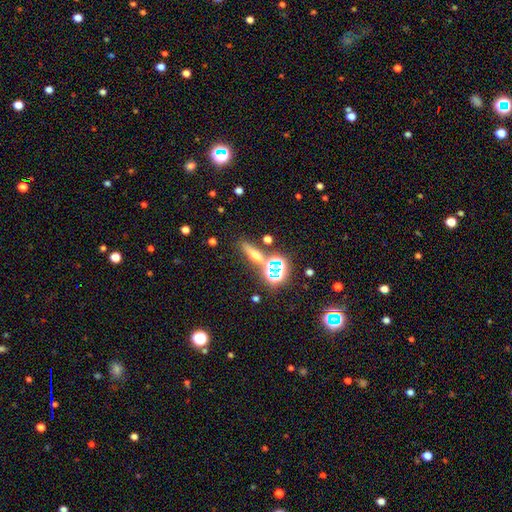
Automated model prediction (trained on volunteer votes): A smooth galaxy with no disk features (43%). Merging: none (73%).